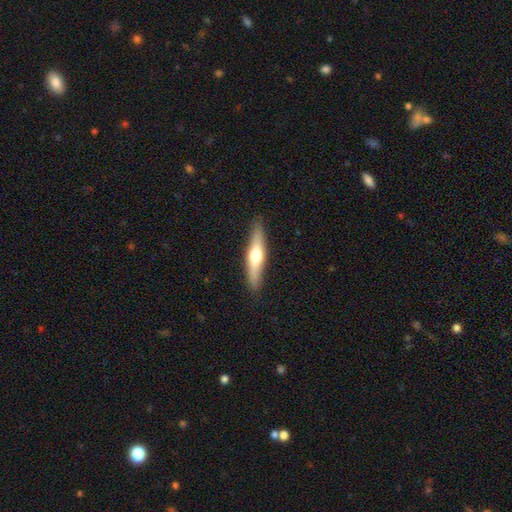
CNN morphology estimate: Overall: smooth (48%; featured or disk 46%). Merging: none (89%).